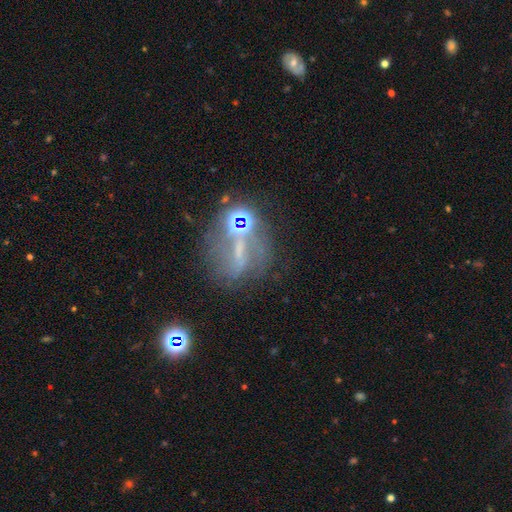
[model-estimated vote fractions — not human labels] This is possibly a featured or disk galaxy (47%). Merging: possibly none (53%).